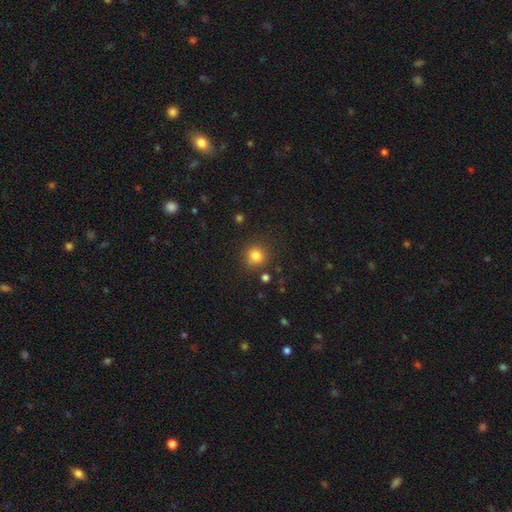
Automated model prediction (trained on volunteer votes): smooth_or_featured: smooth (p=0.82) [alt: star or artifact p=0.13]
how_rounded: round (p=0.87) [alt: in between p=0.12]
merging: none (p=0.82) [alt: minor disturbance p=0.10]